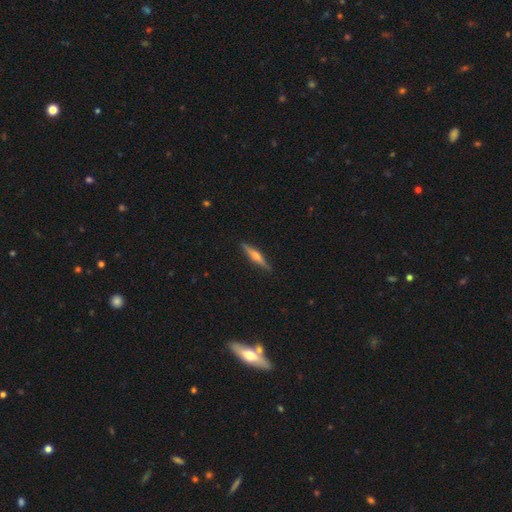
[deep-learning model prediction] smooth_or_featured: featured or disk (p=0.68) [alt: smooth p=0.26]
disk_edge_on: yes (p=0.97) [alt: no p=0.03]
edge_on_bulge: rounded (p=0.87) [alt: boxy p=0.07]
merging: none (p=0.90) [alt: minor disturbance p=0.07]